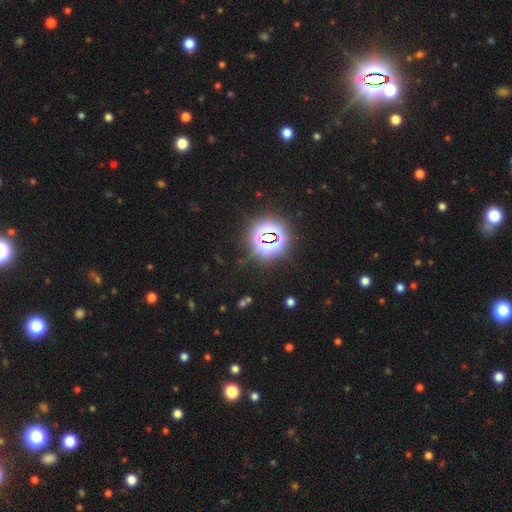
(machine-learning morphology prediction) Smooth or featured? Predicted: star or artifact (p=0.83).